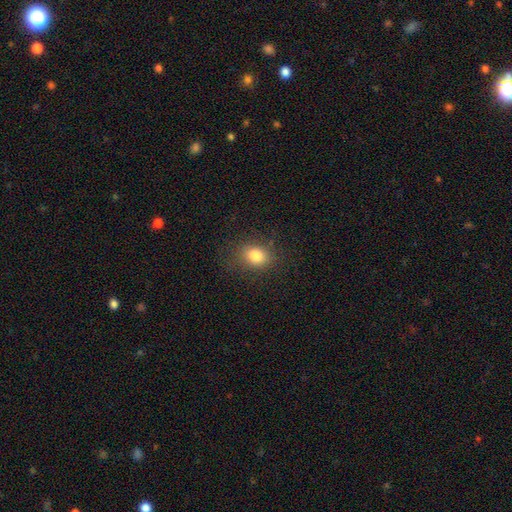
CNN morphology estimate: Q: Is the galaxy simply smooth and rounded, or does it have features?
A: smooth — 82%.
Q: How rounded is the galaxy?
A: in between — 51%.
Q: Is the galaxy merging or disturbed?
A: none — 82%.